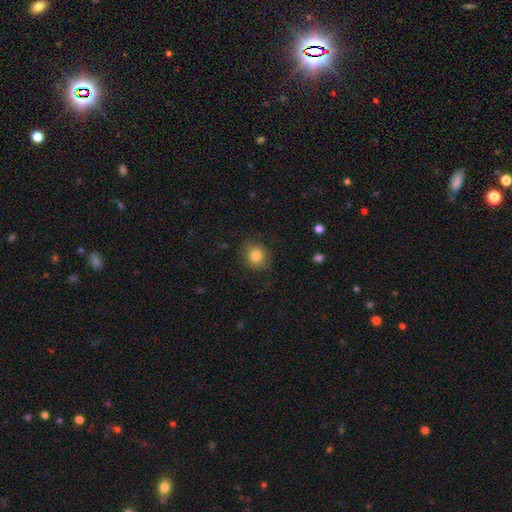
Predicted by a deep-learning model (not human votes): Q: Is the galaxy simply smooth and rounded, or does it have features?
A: smooth — 82%.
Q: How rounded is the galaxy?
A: round — 83%.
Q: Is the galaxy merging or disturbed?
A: none — 83%.